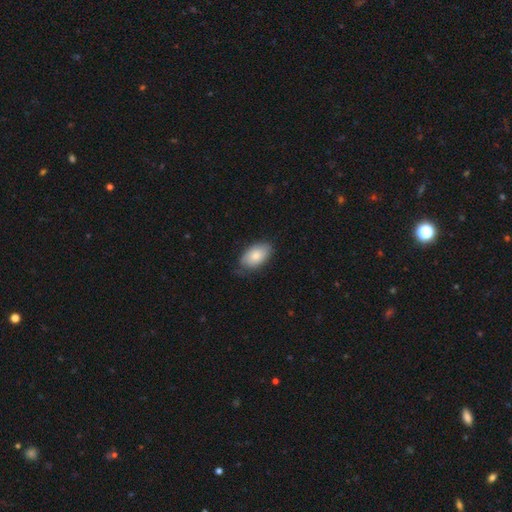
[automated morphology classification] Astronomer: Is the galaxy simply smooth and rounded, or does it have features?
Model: smooth — 79%.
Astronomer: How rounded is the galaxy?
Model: in between — 94%.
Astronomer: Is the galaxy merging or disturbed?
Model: none — 71%.